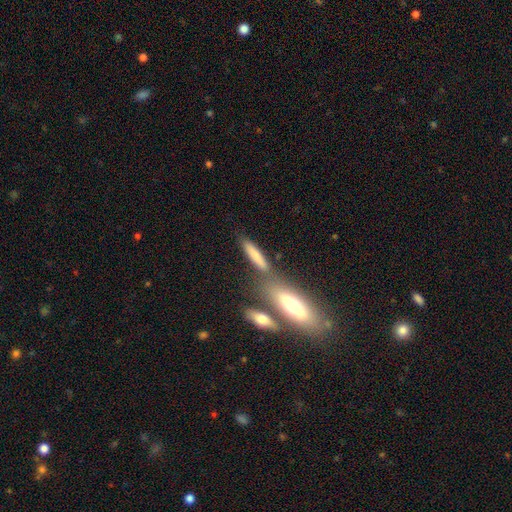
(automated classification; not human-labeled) smooth_or_featured: smooth (p=0.76) [alt: featured or disk p=0.17]
how_rounded: cigar-shaped (p=0.78) [alt: in between p=0.19]
merging: none (p=0.61) [alt: merger p=0.22]